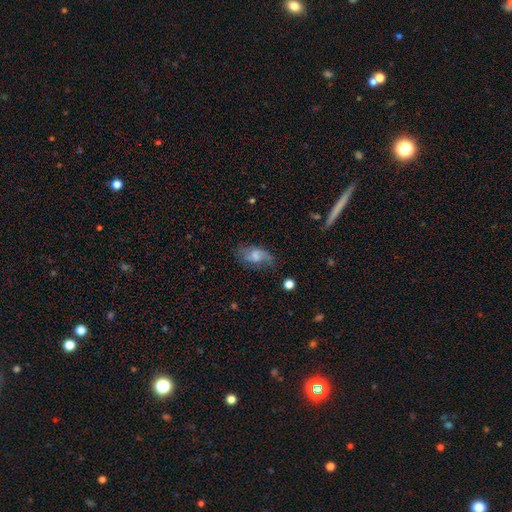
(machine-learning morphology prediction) type=smooth (54%); roundness=in between (89%); merging=none (49%).